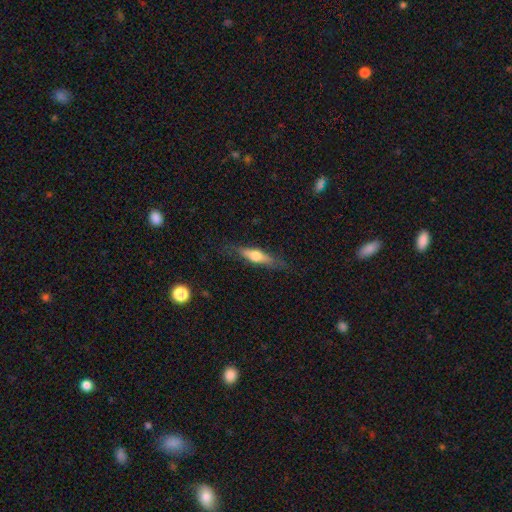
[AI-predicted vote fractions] A featured or disk galaxy (48%). Merging: none (77%).